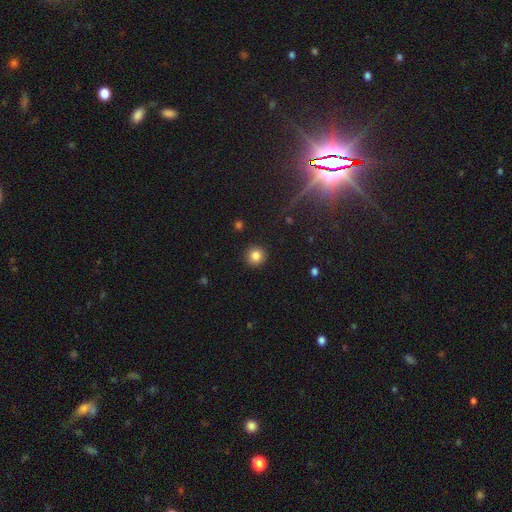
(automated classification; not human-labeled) smooth-or-featured: smooth: 84% | star or artifact: 11% | featured or disk: 5%
  how-rounded: round: 94% | in between: 5% | cigar-shaped: 1%
  merging: none: 92% | minor disturbance: 5% | major disturbance: 2% | merger: 1%